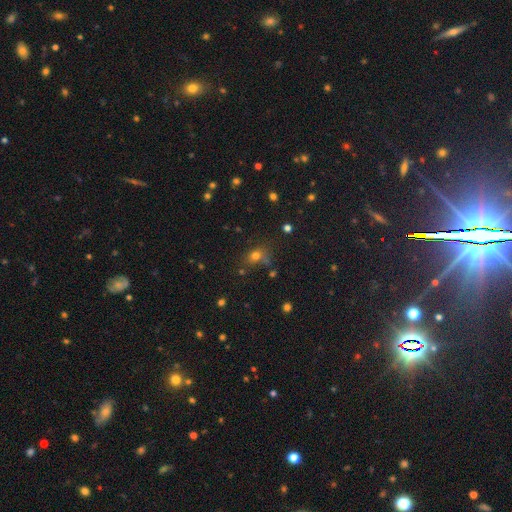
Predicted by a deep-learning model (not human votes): This appears to be a smooth galaxy with no disk features (70%) that is round (53%). Merging: none (60%).